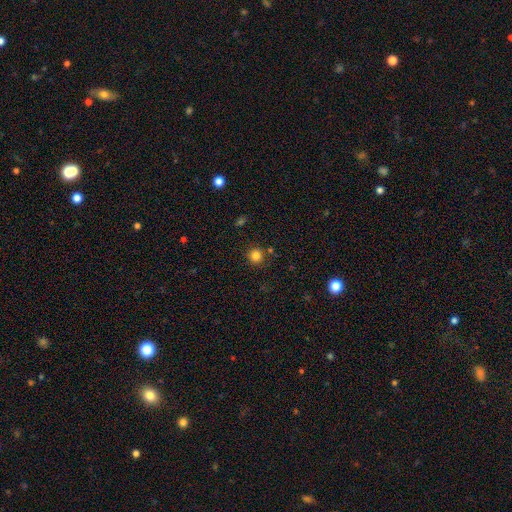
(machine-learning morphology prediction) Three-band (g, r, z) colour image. It shows a smooth galaxy with no disk features (82%) that is round (94%). Merging: none (84%).